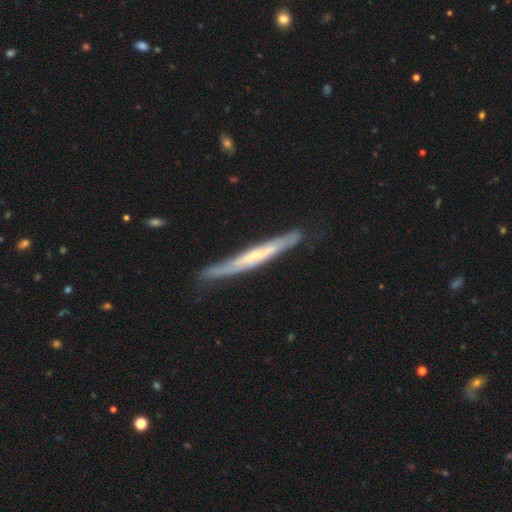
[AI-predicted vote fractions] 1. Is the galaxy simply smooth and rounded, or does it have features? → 65% featured or disk, 30% smooth, 5% star or artifact.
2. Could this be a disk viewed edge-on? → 87% yes, 13% no.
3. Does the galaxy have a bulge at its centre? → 59% none, 28% rounded, 13% boxy.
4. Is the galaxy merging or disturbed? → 77% none, 18% minor disturbance, 4% major disturbance, 2% merger.